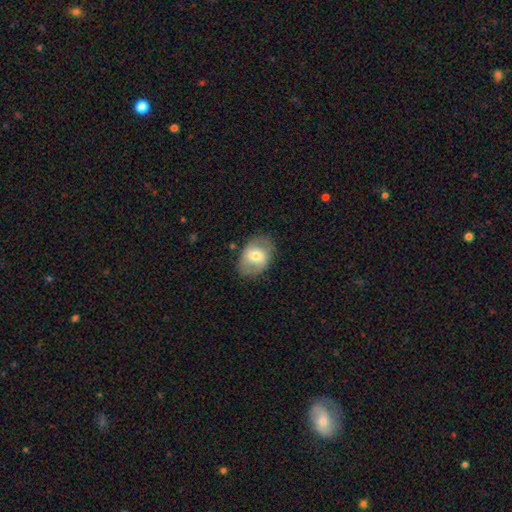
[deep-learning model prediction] Smooth or featured? smooth (55%)
How rounded? in between (73%)
Merging? none (76%)